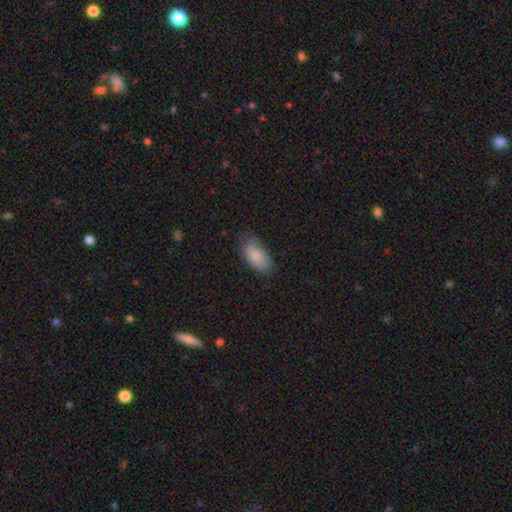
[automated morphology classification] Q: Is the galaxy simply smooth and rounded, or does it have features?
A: smooth — 85%.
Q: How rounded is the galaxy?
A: in between — 92%.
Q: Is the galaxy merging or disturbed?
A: none — 74%.